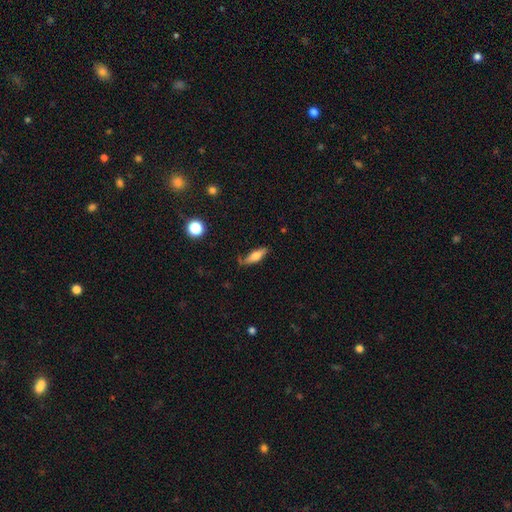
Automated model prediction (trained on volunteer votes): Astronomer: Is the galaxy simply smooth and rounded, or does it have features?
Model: smooth — 64%.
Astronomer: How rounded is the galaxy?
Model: cigar-shaped — 52% (runner-up: in between, 45%).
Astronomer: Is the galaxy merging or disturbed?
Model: none — 71%.